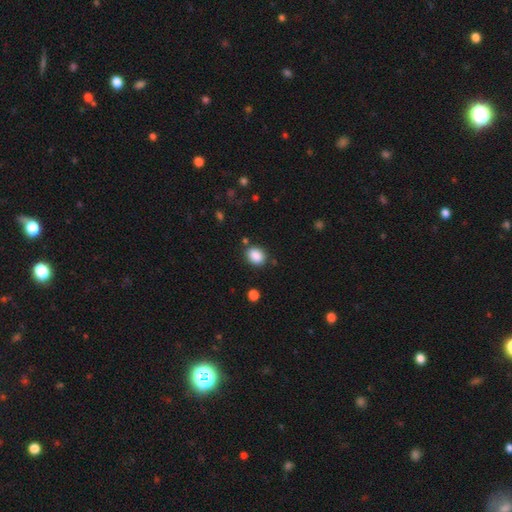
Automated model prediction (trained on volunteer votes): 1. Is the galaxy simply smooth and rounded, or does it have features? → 88% smooth, 9% star or artifact, 3% featured or disk.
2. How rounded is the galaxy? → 55% in between, 44% round, 1% cigar-shaped.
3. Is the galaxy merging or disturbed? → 82% none, 11% minor disturbance, 4% merger, 3% major disturbance.